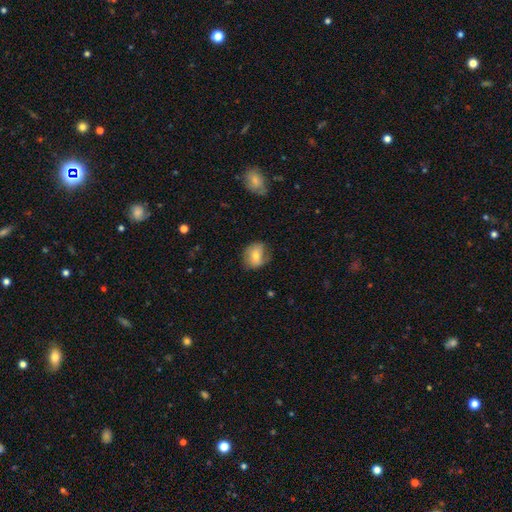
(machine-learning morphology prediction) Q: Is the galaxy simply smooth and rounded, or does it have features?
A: smooth — 66%.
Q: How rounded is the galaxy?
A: round — 55%.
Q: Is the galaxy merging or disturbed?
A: none — 69%.